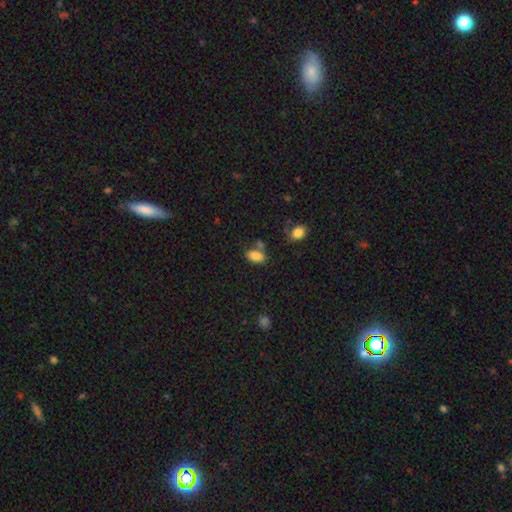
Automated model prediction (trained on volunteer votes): smooth_or_featured: smooth (p=0.84) [alt: star or artifact p=0.10]
how_rounded: in between (p=0.90) [alt: round p=0.07]
merging: none (p=0.60) [alt: merger p=0.19]